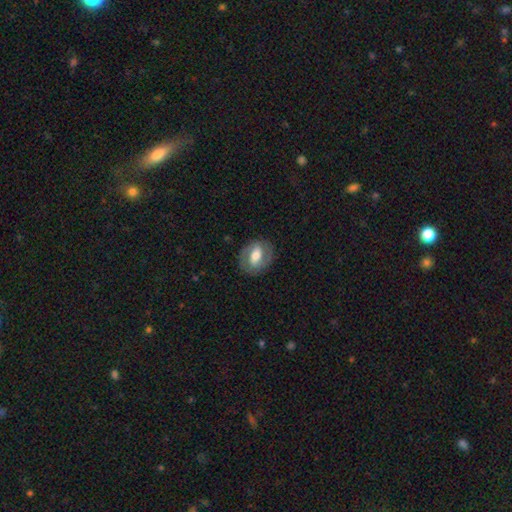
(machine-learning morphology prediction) The model was most divided on "bar": weak: 38%, strong: 37%, no: 25%. More confident: edge-on disk — no (94%); merging — none (82%); spiral arms — yes (62%); bulge size — moderate (59%); smooth or featured — featured or disk (57%).